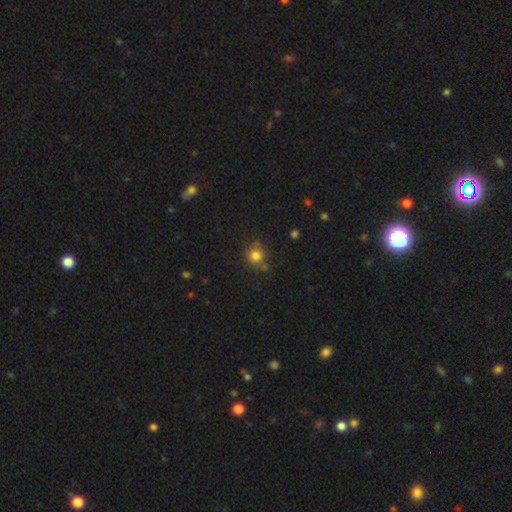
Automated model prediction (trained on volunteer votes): Smooth or featured? Predicted: smooth (p=0.80). How rounded? Predicted: round (p=0.89). Merging? Predicted: none (p=0.75).